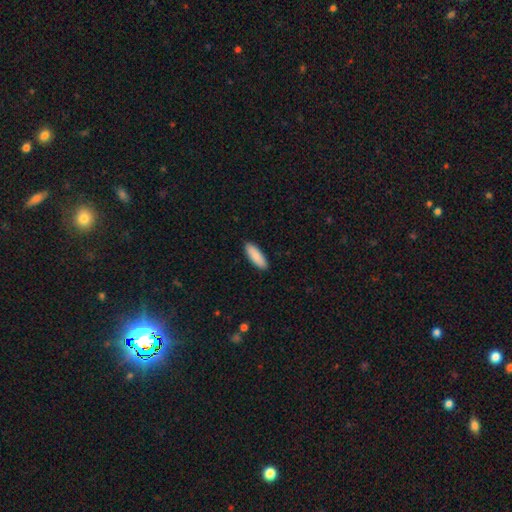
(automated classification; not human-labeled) A smooth galaxy with no disk features (90%) that is in between round and cigar-shaped (55%).

Vote fractions:
- Smooth or featured? smooth: 90% / star or artifact: 5% / featured or disk: 5%
- How rounded? in between: 55% / cigar-shaped: 43% / round: 2%
- Merging? none: 91% / minor disturbance: 7% / major disturbance: 1% / merger: 1%